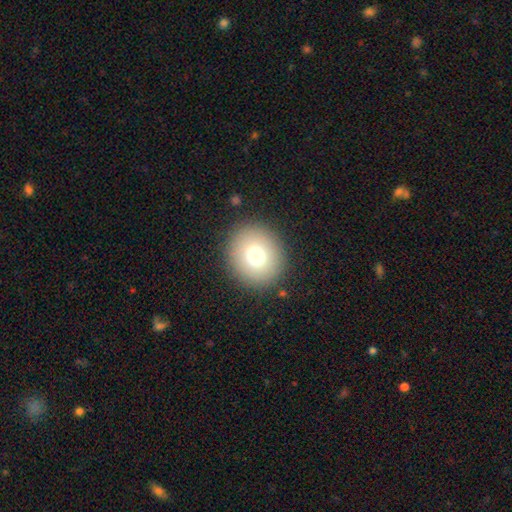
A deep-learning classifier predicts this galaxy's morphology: Smooth or featured? Predicted: smooth (p=0.75). How rounded? Predicted: round (p=0.85). Merging? Predicted: none (p=0.90).